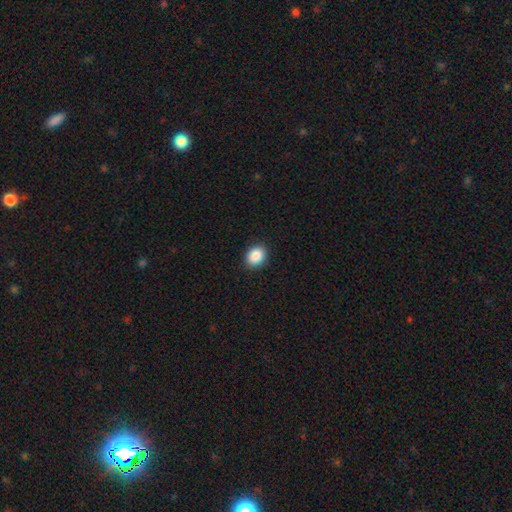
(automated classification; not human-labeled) Smooth or featured? smooth (88%)
How rounded? in between (51%)
Merging? none (91%)